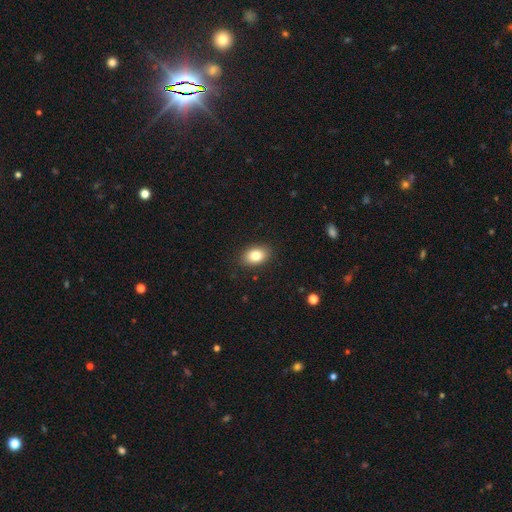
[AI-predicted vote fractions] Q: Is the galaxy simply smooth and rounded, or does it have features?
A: smooth — 82%.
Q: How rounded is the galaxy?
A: in between — 83%.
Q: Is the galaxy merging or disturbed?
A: none — 88%.